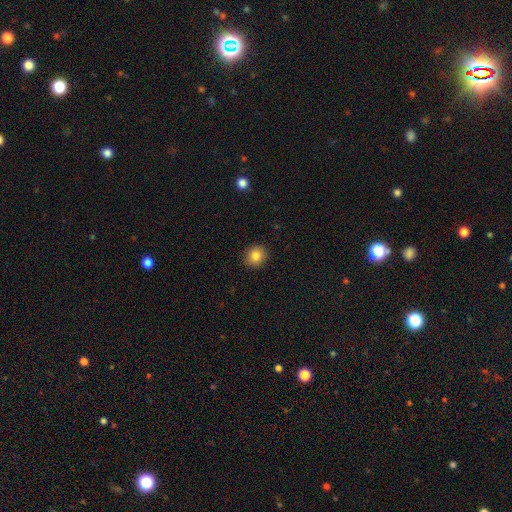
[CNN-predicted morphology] smooth-or-featured: smooth: 84% | star or artifact: 10% | featured or disk: 6%
  how-rounded: round: 85% | in between: 14% | cigar-shaped: 1%
  merging: none: 91% | minor disturbance: 6% | major disturbance: 2% | merger: 1%